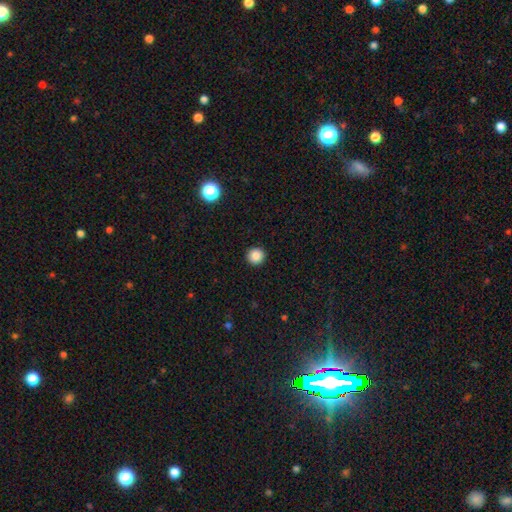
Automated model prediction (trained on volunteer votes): Smooth or featured? smooth (87%)
How rounded? round (95%)
Merging? none (93%)